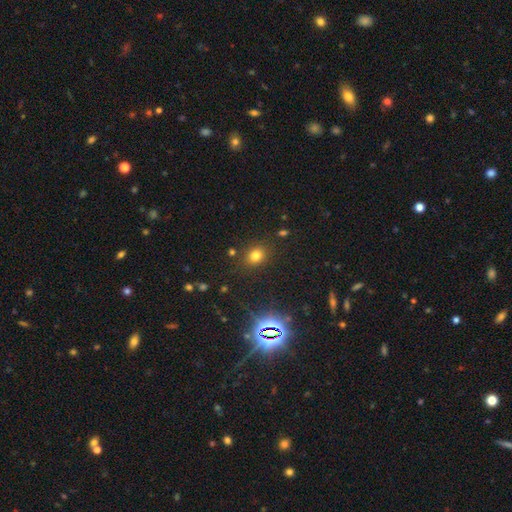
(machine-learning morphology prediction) Smooth or featured? smooth (74%)
How rounded? round (64%)
Merging? none (85%)